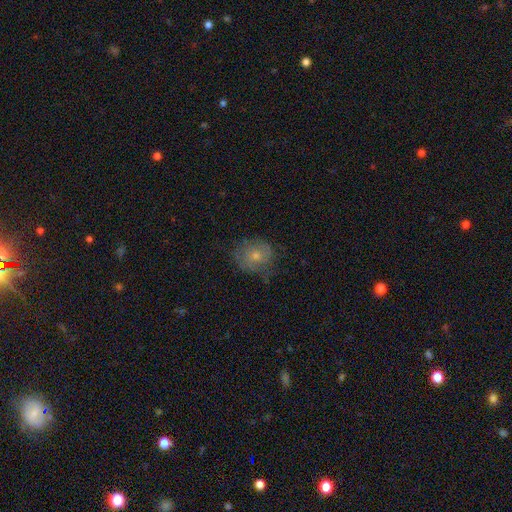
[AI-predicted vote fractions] This appears to be a smooth galaxy with no disk features (49%). Merging: none (67%).